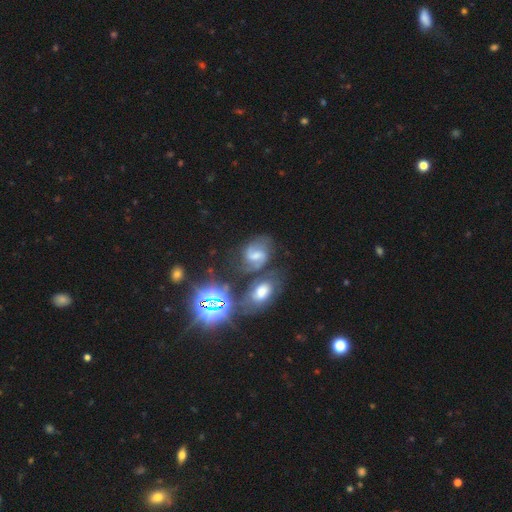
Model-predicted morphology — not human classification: featured or disk 66%, smooth 18%, star or artifact 15%. Down the decision tree: edge-on disk — no (97%); bar — weak (52%); spiral arms — yes (91%); spiral arm count — 2 (86%); spiral winding — medium (51%); bulge size — moderate (39%); merging — none (57%).